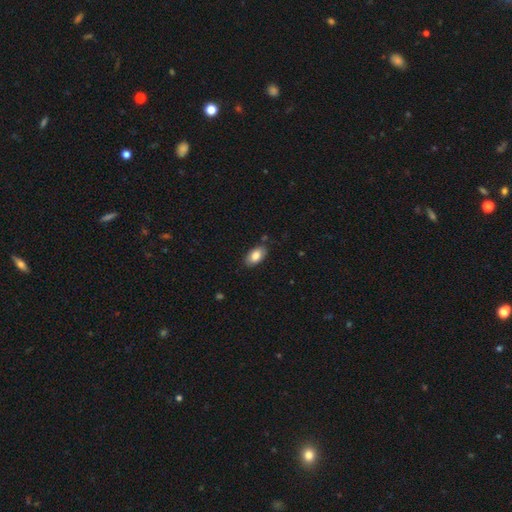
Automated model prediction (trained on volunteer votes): smooth_or_featured: smooth (p=0.83) [alt: featured or disk p=0.10]
how_rounded: in between (p=0.94) [alt: round p=0.04]
merging: none (p=0.81) [alt: minor disturbance p=0.14]